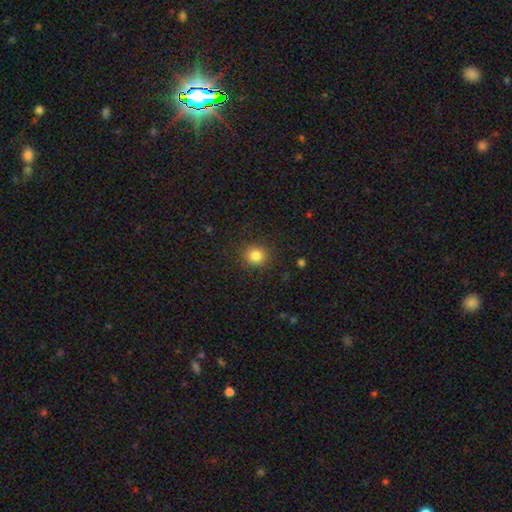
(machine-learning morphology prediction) A smooth galaxy with no disk features (83%) that is round (88%). Merging: none (89%).